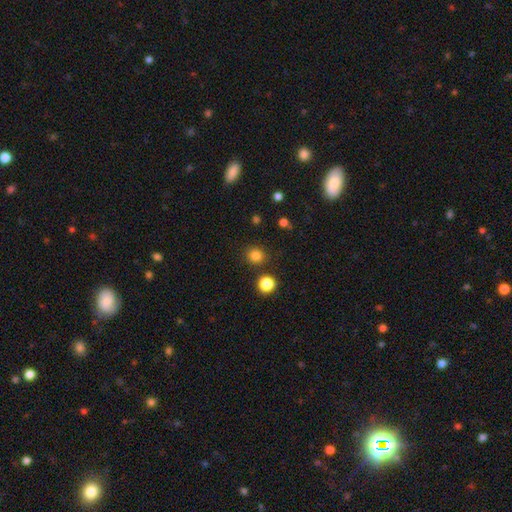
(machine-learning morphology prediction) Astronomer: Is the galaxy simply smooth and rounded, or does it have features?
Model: smooth — 82%.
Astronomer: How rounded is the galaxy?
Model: round — 89%.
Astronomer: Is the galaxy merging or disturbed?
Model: none — 87%.